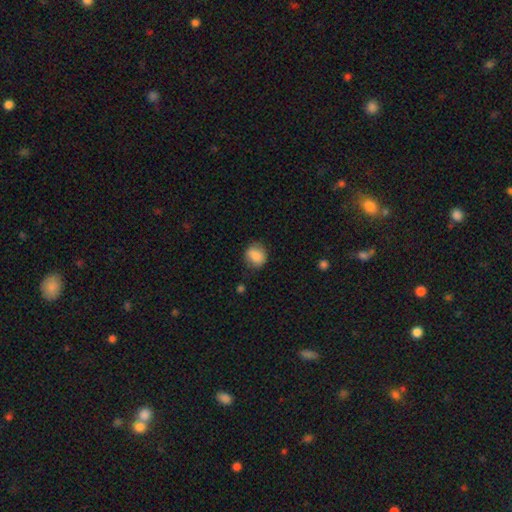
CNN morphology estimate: smooth-or-featured: smooth: 85% | star or artifact: 8% | featured or disk: 7%
  how-rounded: round: 70% | in between: 29% | cigar-shaped: 1%
  merging: none: 77% | minor disturbance: 17% | major disturbance: 5% | merger: 1%